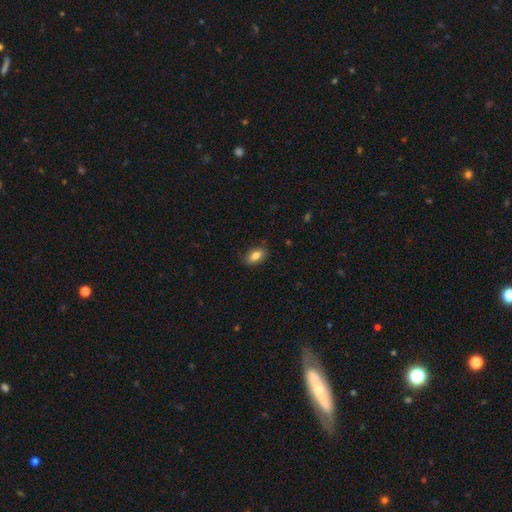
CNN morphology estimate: Smooth or featured?
  - smooth: 82% *
  - featured or disk: 10%
  - star or artifact: 8%
How rounded?
  - in between: 88% *
  - round: 7%
  - cigar-shaped: 5%
Merging?
  - none: 81% *
  - minor disturbance: 15%
  - major disturbance: 3%
  - merger: 1%